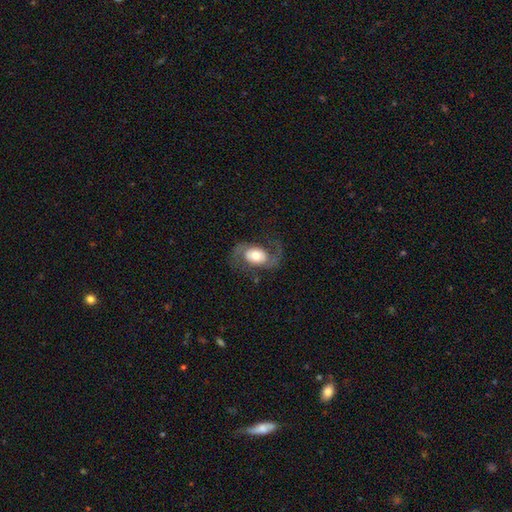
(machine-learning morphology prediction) This is likely a featured or disk galaxy (70%). It is clearly not viewed edge-on (95%). Bar: likely no (67%). Spiral arm pattern: clearly yes (82%). Spiral arm count: clearly 2 (90%). Spiral winding: possibly loose (48%). Central bulge: possibly moderate (59%). Merging: likely none (67%).